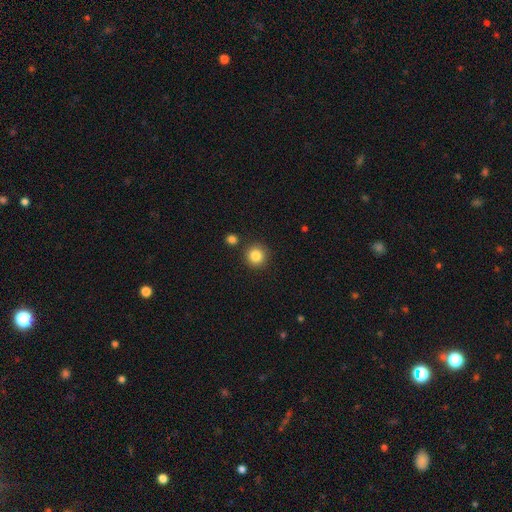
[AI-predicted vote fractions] Morphology: type=smooth (85%); roundness=round (94%); merging=none (86%).